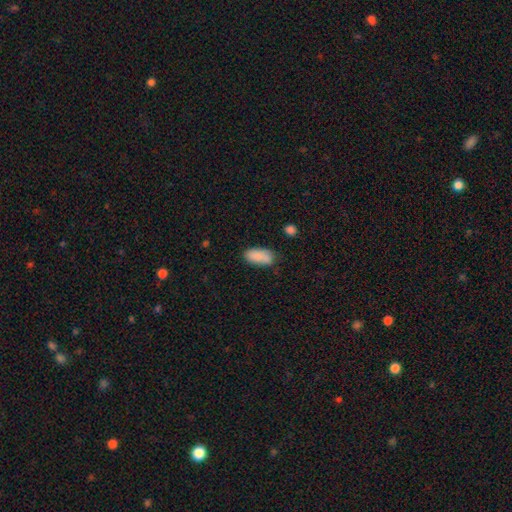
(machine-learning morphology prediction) A smooth galaxy with no disk features (86%) that is in between round and cigar-shaped (90%). Merging: none (67%).